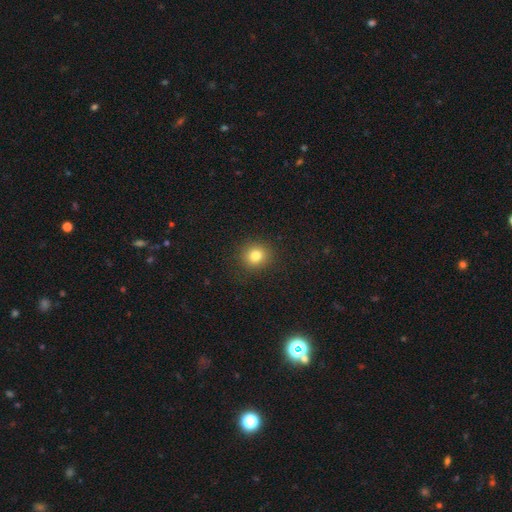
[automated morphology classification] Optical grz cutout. It shows a smooth galaxy with no disk features (80%) that is round (87%). Merging: none (90%).